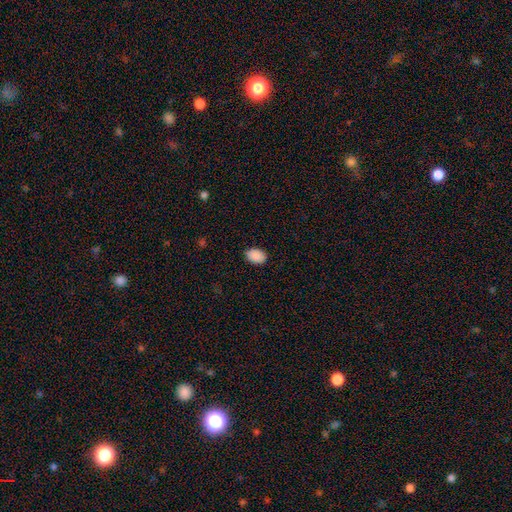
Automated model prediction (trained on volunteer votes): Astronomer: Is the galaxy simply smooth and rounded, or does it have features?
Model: smooth — 90%.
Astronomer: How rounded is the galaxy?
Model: in between — 81%.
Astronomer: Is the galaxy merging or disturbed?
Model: none — 87%.